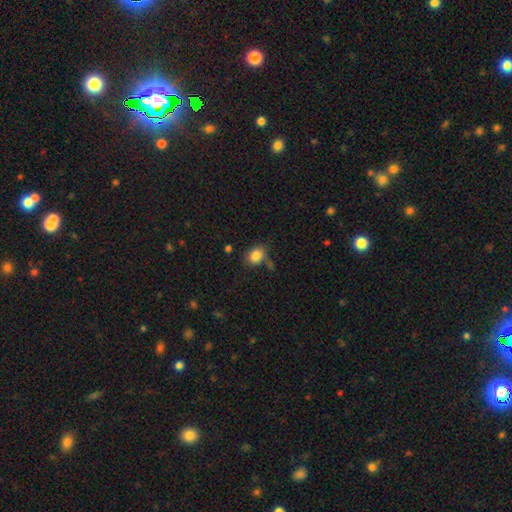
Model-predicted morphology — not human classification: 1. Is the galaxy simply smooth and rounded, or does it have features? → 84% smooth, 9% star or artifact, 6% featured or disk.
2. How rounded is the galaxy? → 60% in between, 39% round, 1% cigar-shaped.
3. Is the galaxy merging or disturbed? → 70% none, 17% minor disturbance, 8% merger, 5% major disturbance.